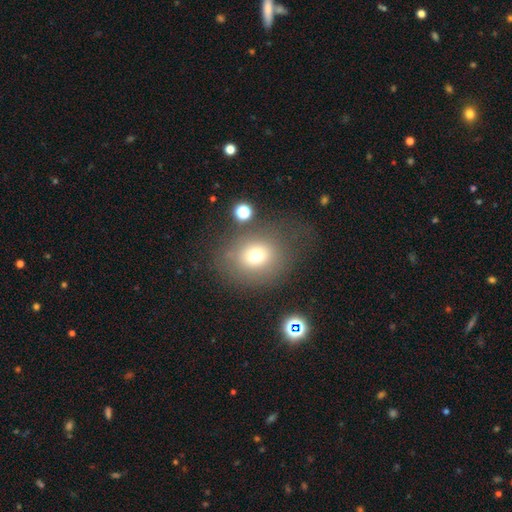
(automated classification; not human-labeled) Overall: smooth (70%). How rounded: round (74%). Merging: none (66%).